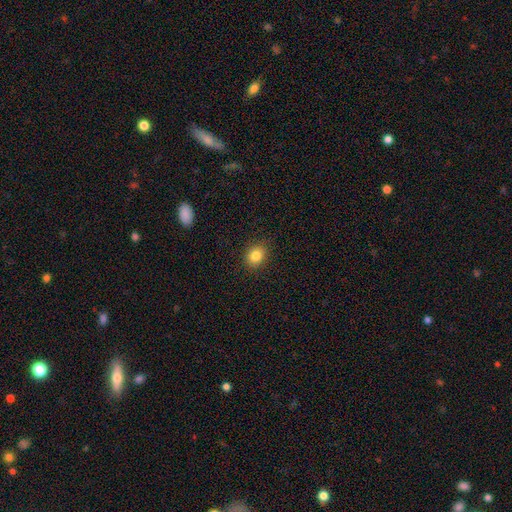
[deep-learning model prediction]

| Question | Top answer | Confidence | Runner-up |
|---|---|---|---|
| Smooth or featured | smooth | 84% | star or artifact (10%) |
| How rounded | round | 61% | in between (38%) |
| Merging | none | 88% | minor disturbance (9%) |